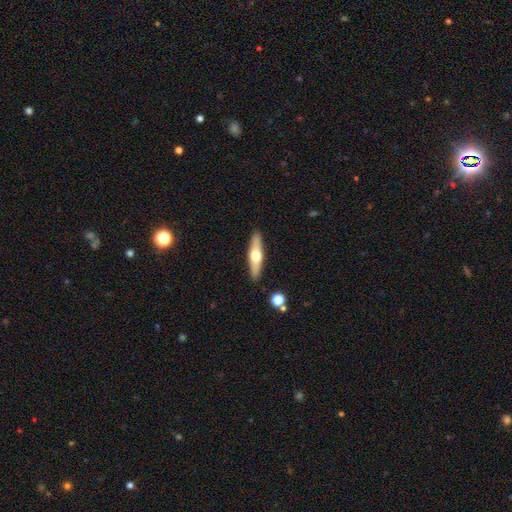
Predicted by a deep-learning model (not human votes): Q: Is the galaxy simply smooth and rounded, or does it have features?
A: featured or disk — 48%.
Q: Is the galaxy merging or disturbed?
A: none — 90%.